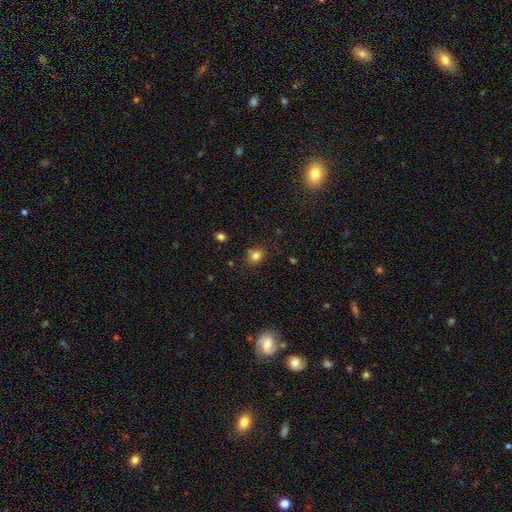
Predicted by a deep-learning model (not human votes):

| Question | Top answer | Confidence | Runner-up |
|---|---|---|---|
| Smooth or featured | smooth | 79% | star or artifact (13%) |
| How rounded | round | 52% | in between (47%) |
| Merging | none | 74% | minor disturbance (15%) |